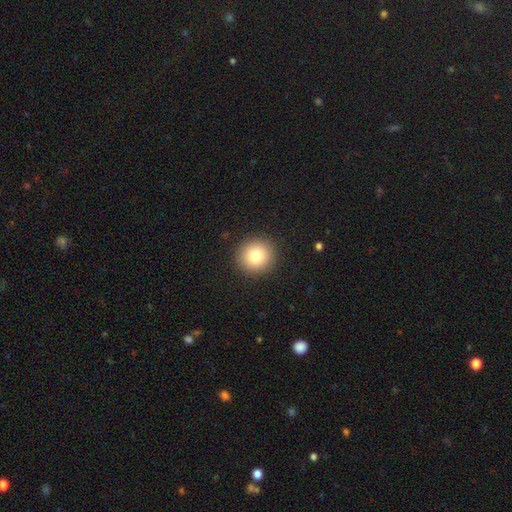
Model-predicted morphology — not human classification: Smooth or featured? smooth (81%)
How rounded? round (93%)
Merging? none (91%)